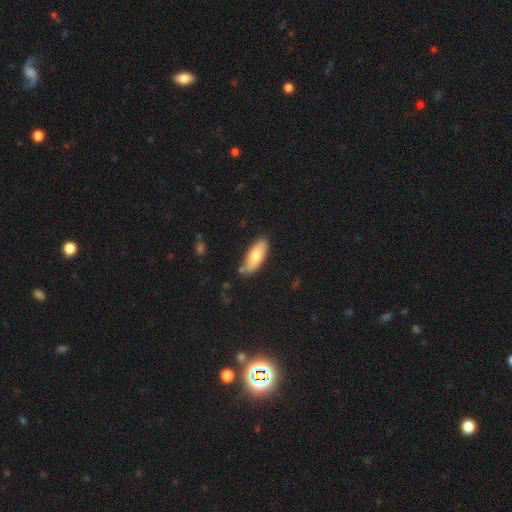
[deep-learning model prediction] Smooth or featured?
  - smooth: 75% *
  - featured or disk: 19%
  - star or artifact: 6%
How rounded?
  - in between: 75% *
  - cigar-shaped: 23%
  - round: 2%
Merging?
  - none: 81% *
  - minor disturbance: 13%
  - merger: 3%
  - major disturbance: 2%